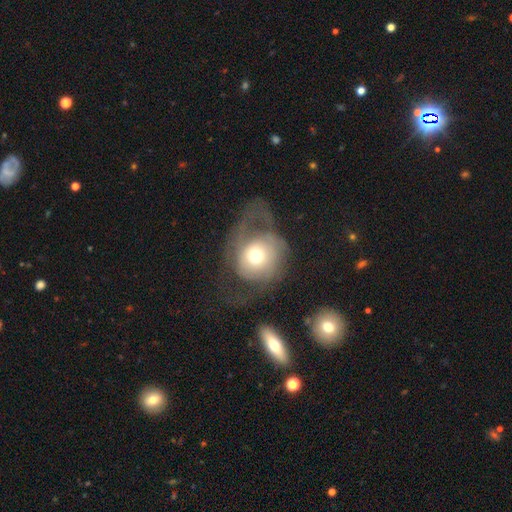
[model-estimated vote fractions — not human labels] smooth 48%, featured or disk 43%, star or artifact 9%. Down the decision tree: merging — major disturbance (55%).